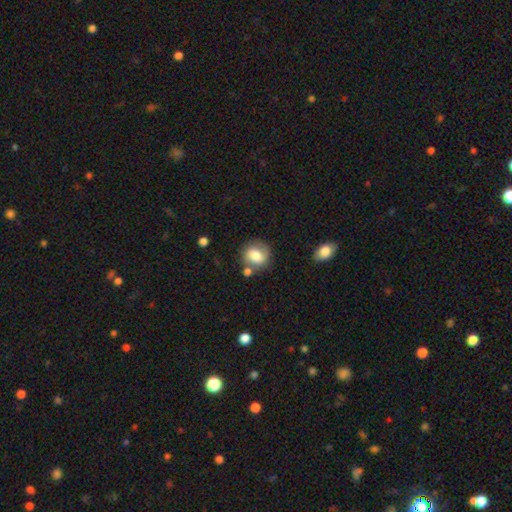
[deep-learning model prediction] Smooth or featured? smooth (67%)
How rounded? round (69%)
Merging? none (64%)